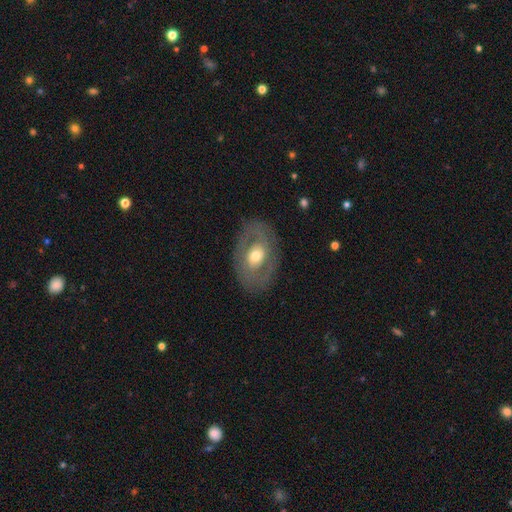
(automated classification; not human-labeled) The model was most divided on "smooth or featured": featured or disk: 57%, smooth: 37%, star or artifact: 6%. More confident: edge-on disk — no (92%); merging — none (80%); bar — no (67%); bulge size — moderate (66%); spiral arms — no (65%).